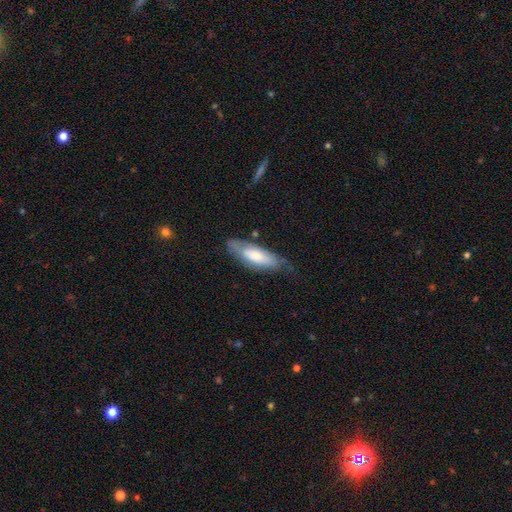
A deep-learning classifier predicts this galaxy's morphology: A smooth galaxy with no disk features (63%) that is in between round and cigar-shaped (63%). Merging: none (61%).